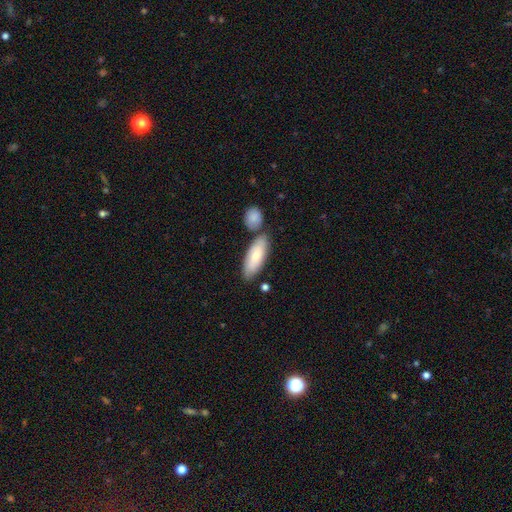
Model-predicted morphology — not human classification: smooth-or-featured: smooth: 73% | featured or disk: 22% | star or artifact: 5%
  how-rounded: in between: 74% | cigar-shaped: 24% | round: 2%
  merging: none: 68% | merger: 15% | minor disturbance: 14% | major disturbance: 3%